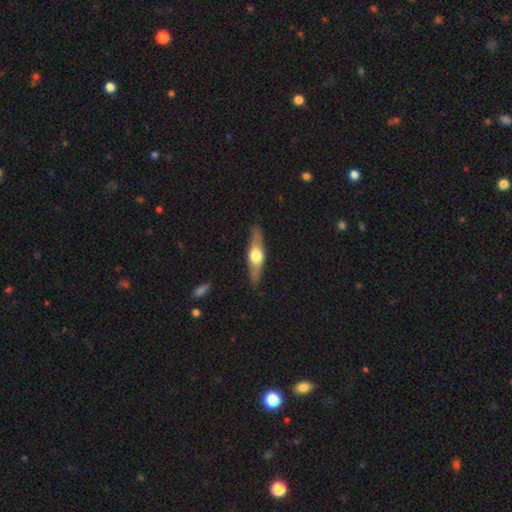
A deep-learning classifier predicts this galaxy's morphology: Q: Smooth or featured?
A: featured or disk (65%); runner-up: smooth (30%)
Q: Edge-on disk?
A: yes (95%); runner-up: no (5%)
Q: Edge-on bulge?
A: rounded (94%); runner-up: boxy (4%)
Q: Merging?
A: none (88%); runner-up: minor disturbance (9%)